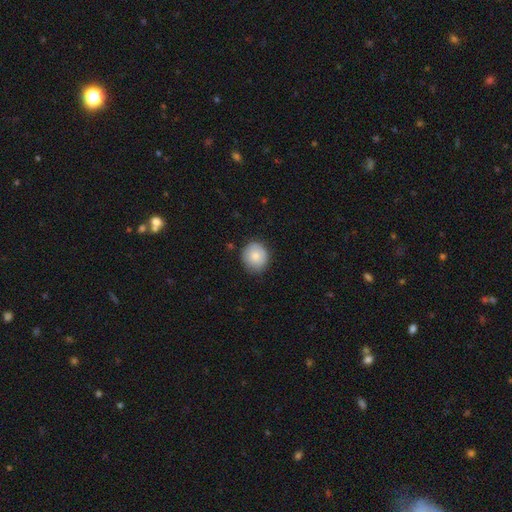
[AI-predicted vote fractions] Smooth or featured?
  - smooth: 80% *
  - featured or disk: 13%
  - star or artifact: 7%
How rounded?
  - round: 82% *
  - in between: 18%
  - cigar-shaped: 1%
Merging?
  - none: 82% *
  - minor disturbance: 14%
  - major disturbance: 3%
  - merger: 1%